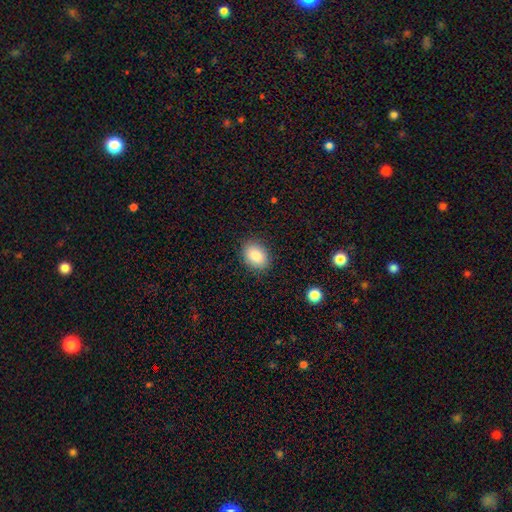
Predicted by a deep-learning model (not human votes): Smooth or featured?
  - smooth: 87% *
  - star or artifact: 8%
  - featured or disk: 5%
How rounded?
  - in between: 73% *
  - round: 26%
  - cigar-shaped: 1%
Merging?
  - none: 87% *
  - minor disturbance: 9%
  - major disturbance: 3%
  - merger: 1%